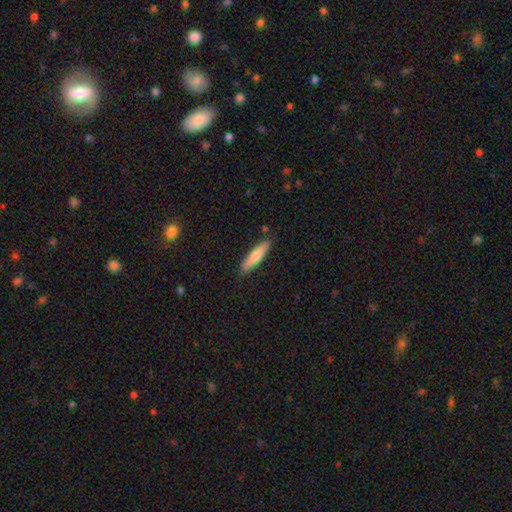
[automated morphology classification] smooth_or_featured: smooth (p=0.69) [alt: featured or disk p=0.26]
how_rounded: cigar-shaped (p=0.84) [alt: in between p=0.15]
merging: none (p=0.88) [alt: minor disturbance p=0.09]